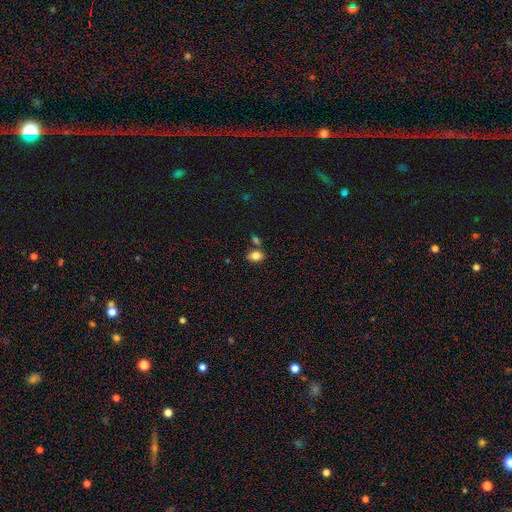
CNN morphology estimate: This appears to be a smooth galaxy with no disk features (83%) that is in between round and cigar-shaped (80%). Merging: none (71%).